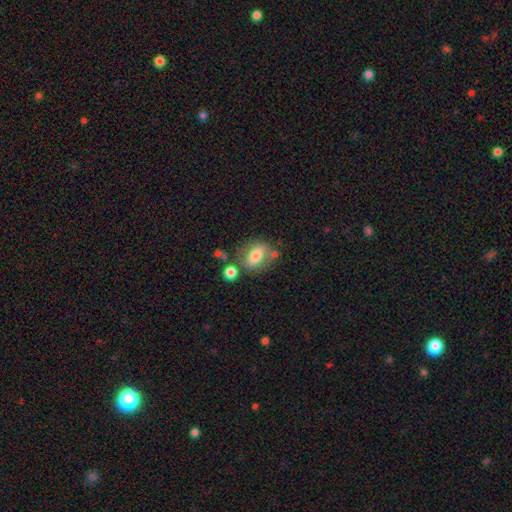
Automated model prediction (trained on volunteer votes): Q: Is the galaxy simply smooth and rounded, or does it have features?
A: smooth — 62%.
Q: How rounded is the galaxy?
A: in between — 71%.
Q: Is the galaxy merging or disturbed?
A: none — 61%.